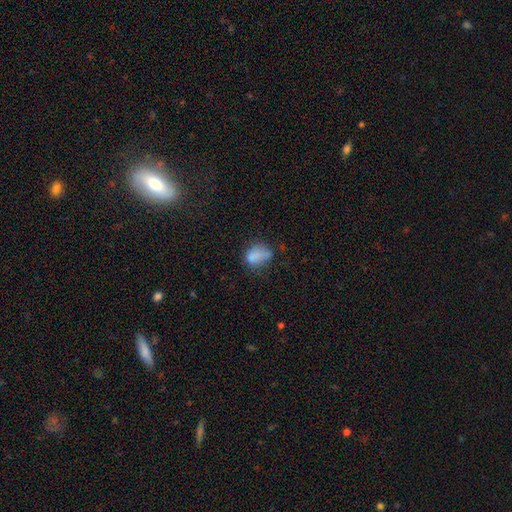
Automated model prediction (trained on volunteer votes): Smooth or featured?
  - smooth: 76% *
  - featured or disk: 13%
  - star or artifact: 11%
How rounded?
  - in between: 69% *
  - round: 29%
  - cigar-shaped: 2%
Merging?
  - none: 41% *
  - minor disturbance: 31%
  - major disturbance: 18%
  - merger: 9%